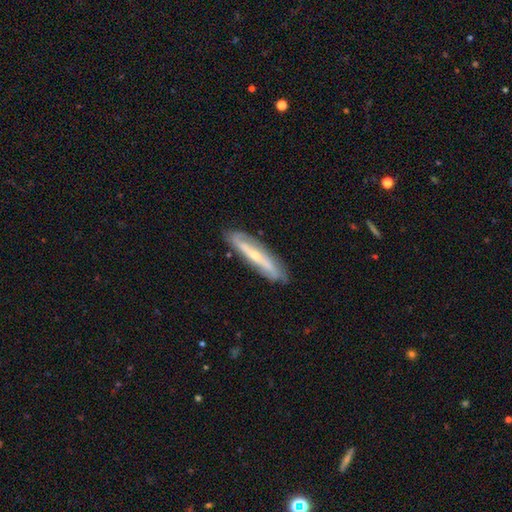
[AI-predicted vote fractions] This is likely a featured or disk galaxy (72%). It is possibly not viewed edge-on (52%). Merging: clearly none (84%).